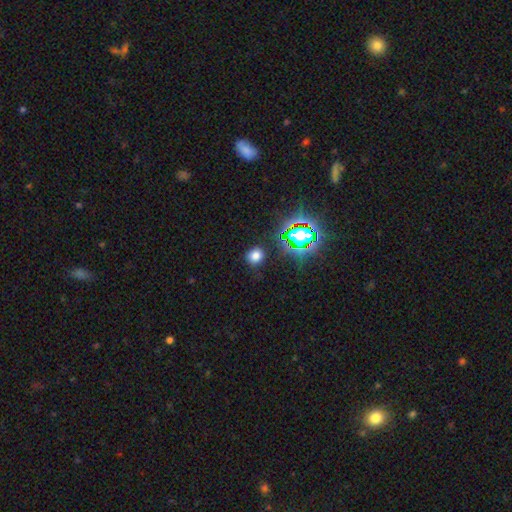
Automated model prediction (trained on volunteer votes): A smooth galaxy with no disk features (70%) that is round (81%).

Vote fractions:
- Smooth or featured? smooth: 70% / star or artifact: 23% / featured or disk: 7%
- How rounded? round: 81% / in between: 18% / cigar-shaped: 1%
- Merging? none: 86% / minor disturbance: 8% / major disturbance: 3% / merger: 2%